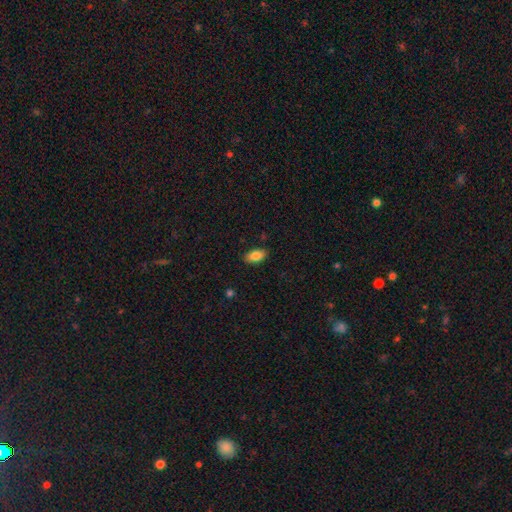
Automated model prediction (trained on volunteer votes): This appears to be a smooth galaxy with no disk features (85%) that is in between round and cigar-shaped (92%). Merging: none (87%).